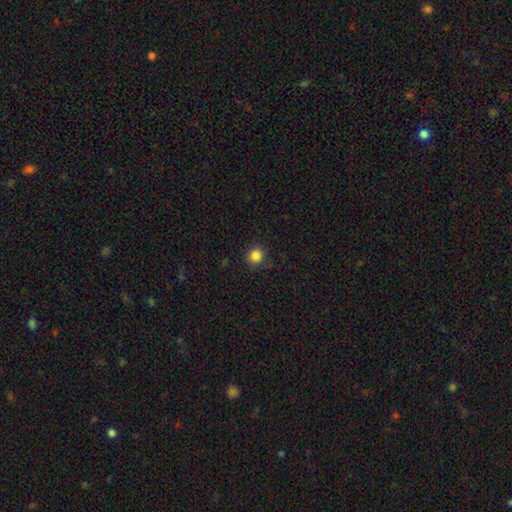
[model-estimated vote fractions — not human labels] Morphology: type=smooth (85%); roundness=round (89%); merging=none (86%).